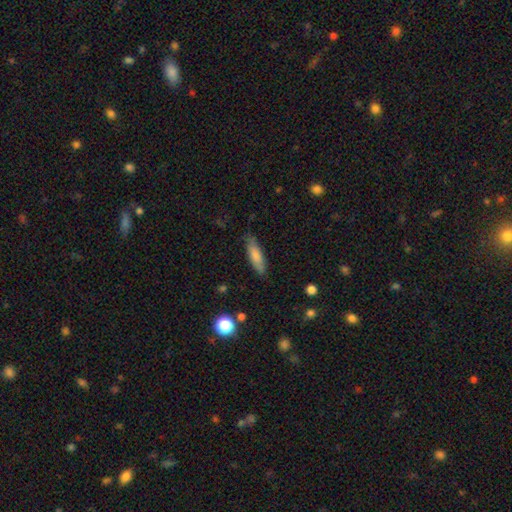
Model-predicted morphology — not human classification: Smooth or featured: smooth — 79% (featured or disk — 15%)
How rounded: cigar-shaped — 59% (in between — 39%)
Merging: none — 81% (minor disturbance — 15%)